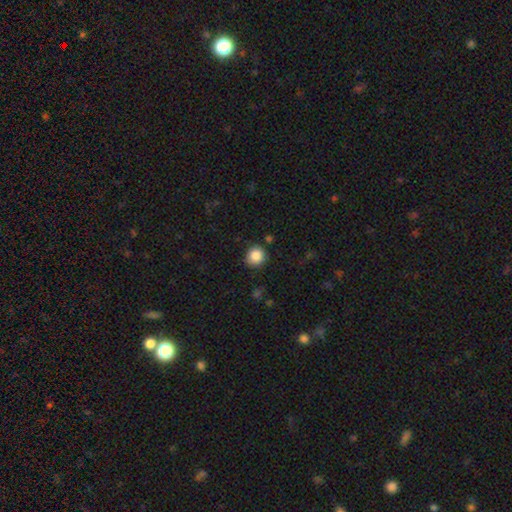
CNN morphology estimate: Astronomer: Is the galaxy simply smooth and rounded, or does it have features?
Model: smooth — 86%.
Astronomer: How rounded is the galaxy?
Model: round — 90%.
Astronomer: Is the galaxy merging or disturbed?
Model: none — 84%.